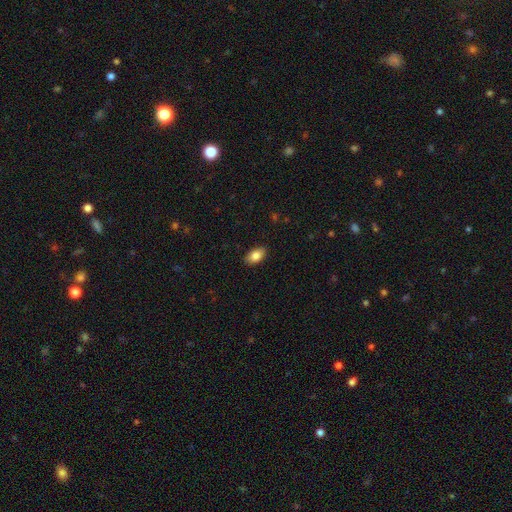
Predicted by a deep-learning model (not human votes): A smooth galaxy with no disk features (84%) that is in between round and cigar-shaped (92%). Merging: none (87%).